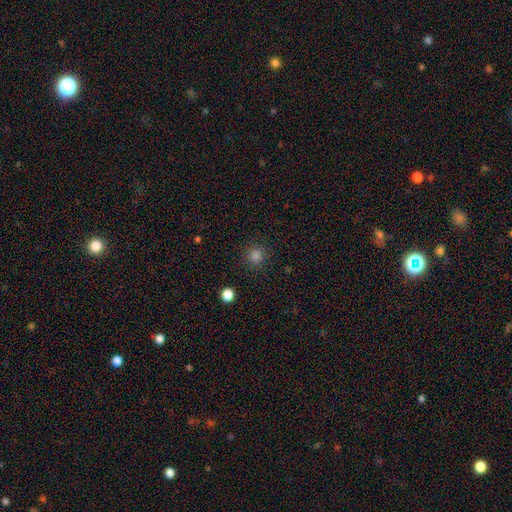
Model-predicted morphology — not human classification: Overall: smooth (80%). How rounded: round (93%). Merging: none (90%).